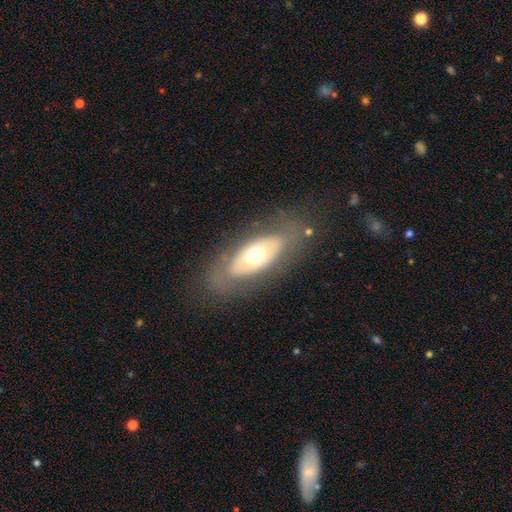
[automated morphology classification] Smooth or featured? Predicted: smooth (p=0.47). Merging? Predicted: none (p=0.76).